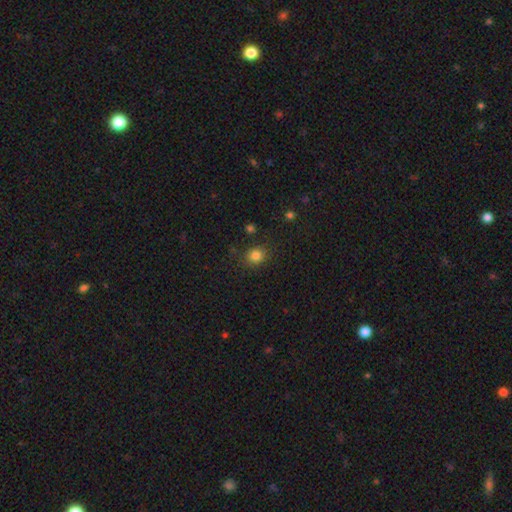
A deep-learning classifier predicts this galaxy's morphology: Smooth or featured? smooth (81%)
How rounded? round (72%)
Merging? none (85%)